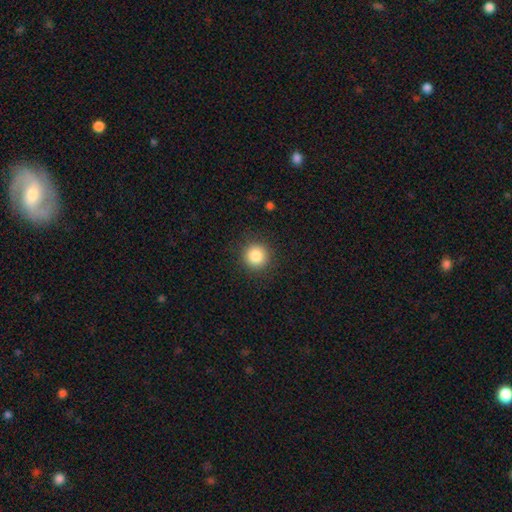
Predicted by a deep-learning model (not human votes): A smooth galaxy with no disk features (85%) that is round (94%). Merging: none (90%).